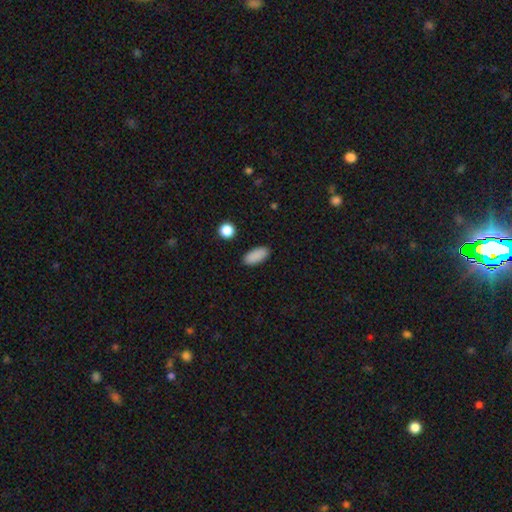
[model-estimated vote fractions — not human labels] Smooth or featured?
  - smooth: 89% *
  - star or artifact: 8%
  - featured or disk: 3%
How rounded?
  - in between: 87% *
  - cigar-shaped: 10%
  - round: 3%
Merging?
  - none: 89% *
  - minor disturbance: 7%
  - major disturbance: 2%
  - merger: 1%